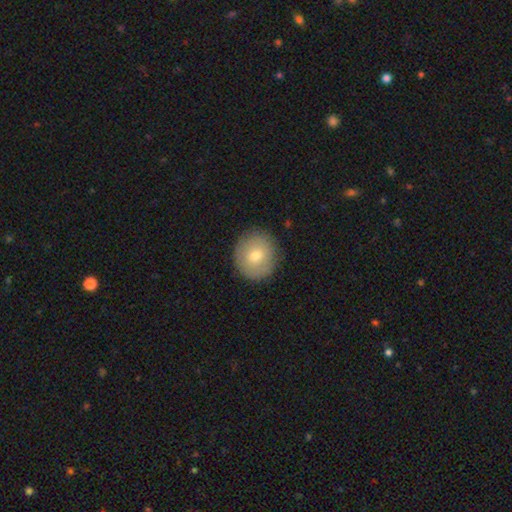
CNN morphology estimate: smooth 70%, featured or disk 22%, star or artifact 8%. Down the decision tree: how rounded — round (86%); merging — none (88%).